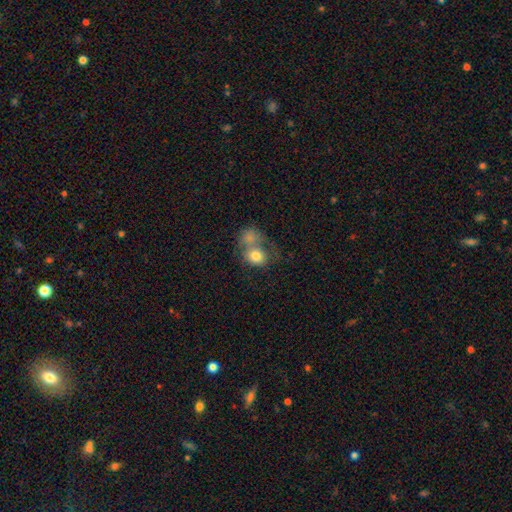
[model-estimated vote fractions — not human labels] smooth 76%, featured or disk 16%, star or artifact 8%. Down the decision tree: how rounded — round (63%); merging — merger (63%).